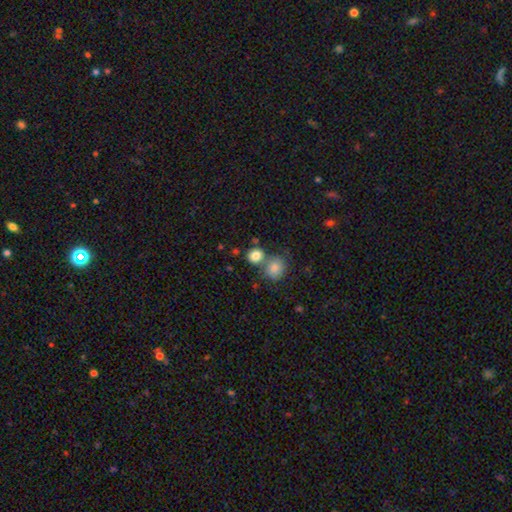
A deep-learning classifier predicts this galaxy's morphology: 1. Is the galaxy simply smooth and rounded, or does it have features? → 84% smooth, 9% star or artifact, 7% featured or disk.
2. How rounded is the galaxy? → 74% round, 25% in between, 1% cigar-shaped.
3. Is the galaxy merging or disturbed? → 53% none, 34% merger, 10% minor disturbance, 3% major disturbance.